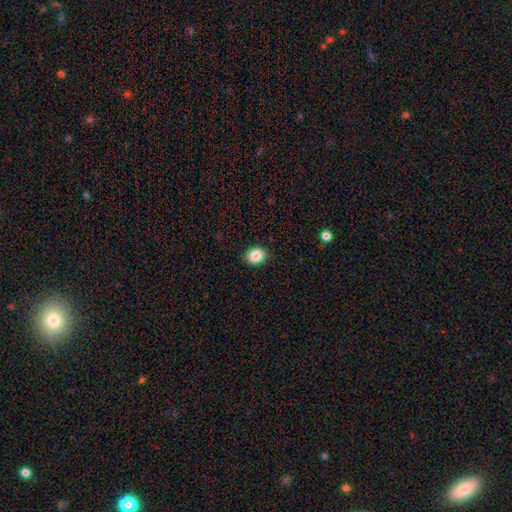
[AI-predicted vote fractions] Q: Smooth or featured?
A: smooth (86%); runner-up: star or artifact (9%)
Q: How rounded?
A: in between (51%); runner-up: round (48%)
Q: Merging?
A: none (87%); runner-up: minor disturbance (10%)